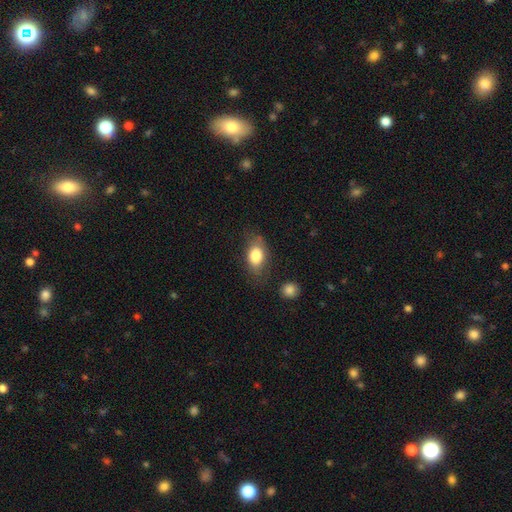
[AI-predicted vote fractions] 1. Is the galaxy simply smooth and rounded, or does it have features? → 81% smooth, 12% featured or disk, 7% star or artifact.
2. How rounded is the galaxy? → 84% in between, 13% round, 3% cigar-shaped.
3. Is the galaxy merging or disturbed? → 69% none, 21% minor disturbance, 8% major disturbance, 3% merger.